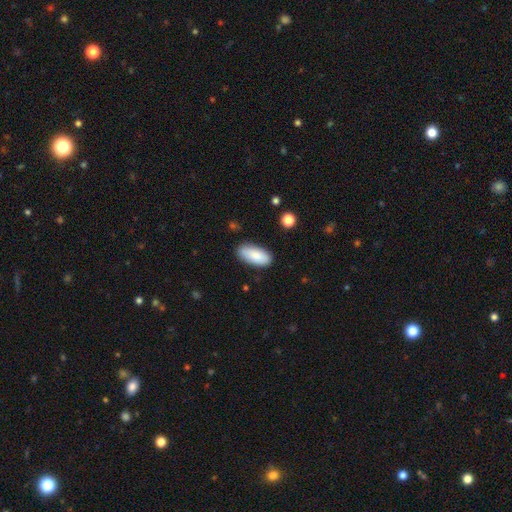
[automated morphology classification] Smooth or featured? smooth (86%)
How rounded? in between (89%)
Merging? none (83%)